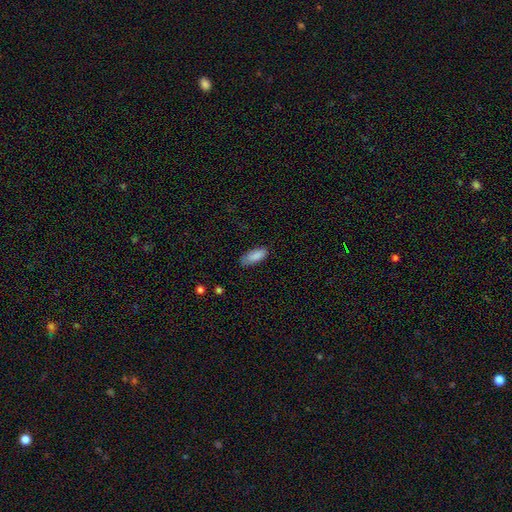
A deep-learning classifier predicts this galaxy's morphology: Smooth or featured? Predicted: smooth (p=0.87). How rounded? Predicted: in between (p=0.80). Merging? Predicted: none (p=0.70).